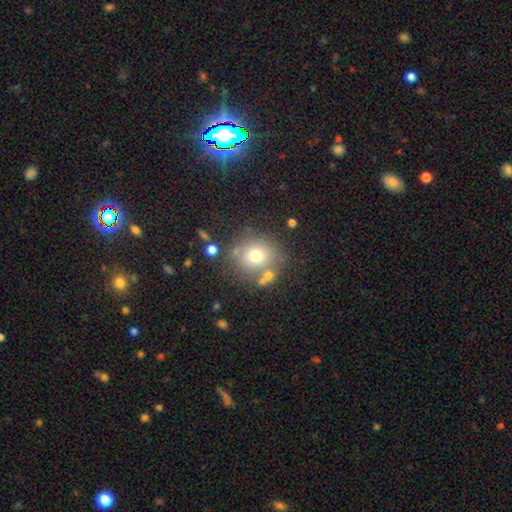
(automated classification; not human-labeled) Smooth or featured: smooth — 71% (featured or disk — 15%)
How rounded: round — 81% (in between — 18%)
Merging: none — 70% (minor disturbance — 13%)